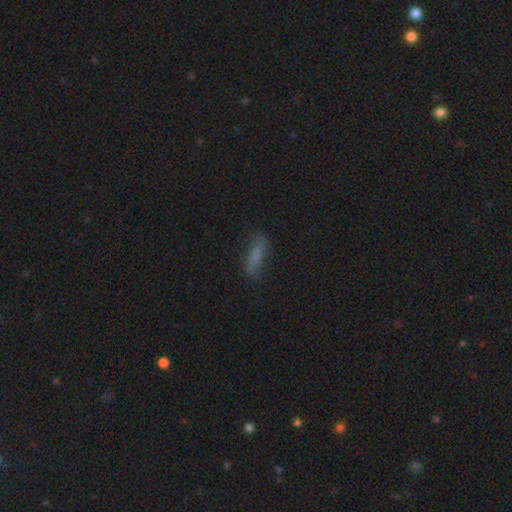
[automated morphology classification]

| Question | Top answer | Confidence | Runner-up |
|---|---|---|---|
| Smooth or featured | smooth | 66% | featured or disk (23%) |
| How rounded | cigar-shaped | 62% | in between (35%) |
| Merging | none | 74% | minor disturbance (19%) |